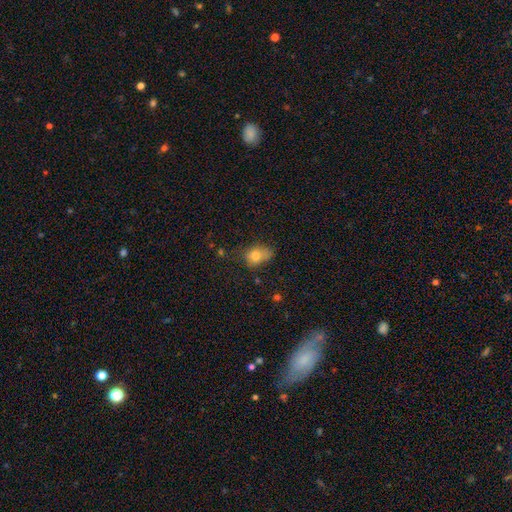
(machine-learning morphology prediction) A smooth galaxy with no disk features (76%) that is in between round and cigar-shaped (75%).

Vote fractions:
- Smooth or featured? smooth: 76% / featured or disk: 13% / star or artifact: 11%
- How rounded? in between: 75% / round: 23% / cigar-shaped: 2%
- Merging? none: 46% / minor disturbance: 36% / major disturbance: 15% / merger: 3%